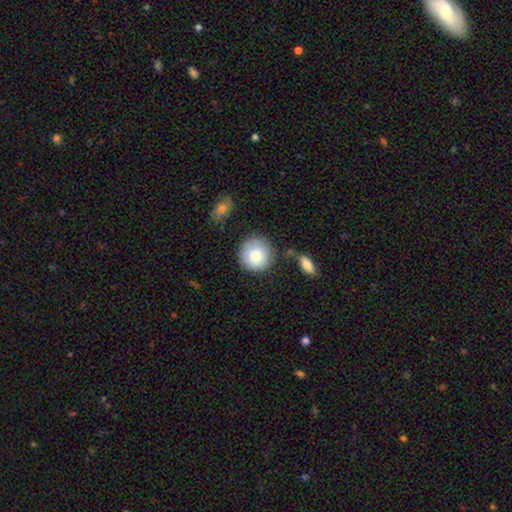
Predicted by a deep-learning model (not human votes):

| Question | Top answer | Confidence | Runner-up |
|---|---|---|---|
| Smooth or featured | smooth | 83% | featured or disk (11%) |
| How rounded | round | 93% | in between (6%) |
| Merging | none | 75% | minor disturbance (15%) |